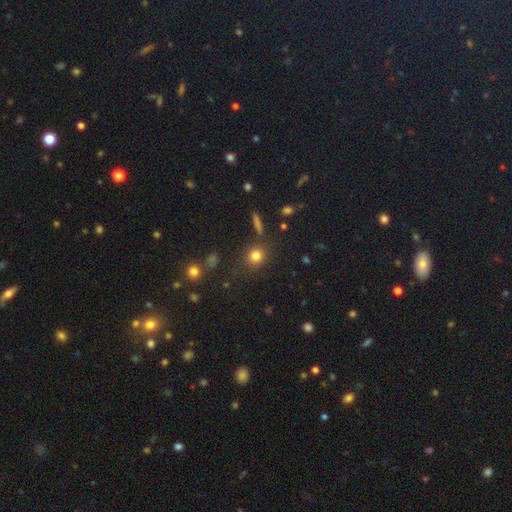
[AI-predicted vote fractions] Smooth or featured: smooth — 80% (star or artifact — 13%)
How rounded: round — 81% (in between — 17%)
Merging: none — 84% (minor disturbance — 9%)